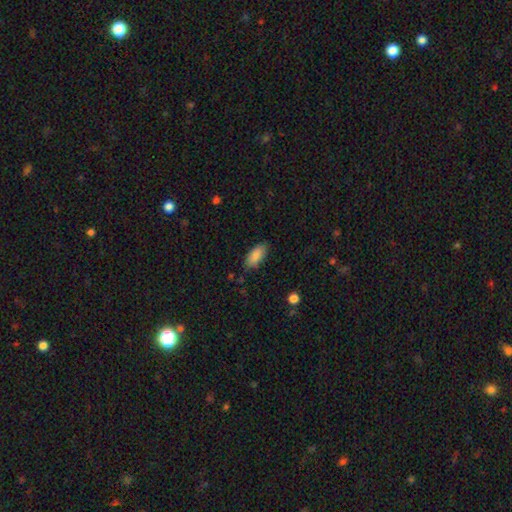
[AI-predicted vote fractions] Overall: smooth (86%). How rounded: in between (88%). Merging: none (81%).